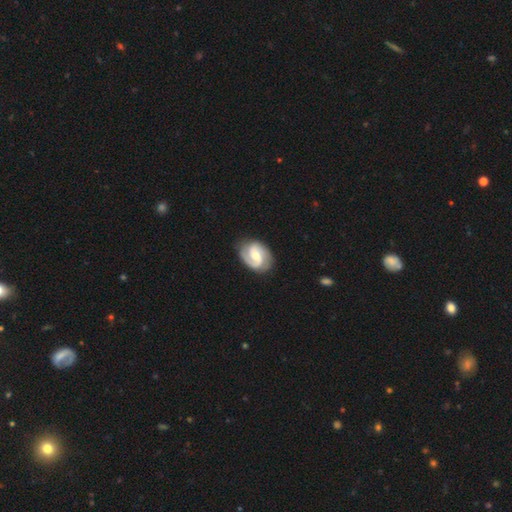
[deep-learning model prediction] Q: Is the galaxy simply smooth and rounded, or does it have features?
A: featured or disk — 84%.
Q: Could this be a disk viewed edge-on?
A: no — 98%.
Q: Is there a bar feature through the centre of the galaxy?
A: weak — 48%.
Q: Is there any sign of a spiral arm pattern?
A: yes — 96%.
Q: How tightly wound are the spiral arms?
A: medium — 47%.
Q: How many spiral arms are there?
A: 2 — 87%.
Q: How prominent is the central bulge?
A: moderate — 55%.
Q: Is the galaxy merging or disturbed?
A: none — 82%.